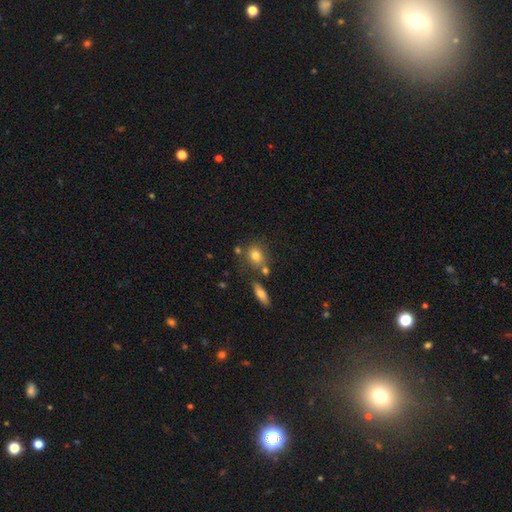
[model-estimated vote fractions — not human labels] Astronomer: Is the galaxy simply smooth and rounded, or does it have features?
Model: smooth — 77%.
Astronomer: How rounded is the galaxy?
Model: round — 55% (runner-up: in between, 43%).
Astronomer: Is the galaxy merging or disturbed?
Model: none — 63%.